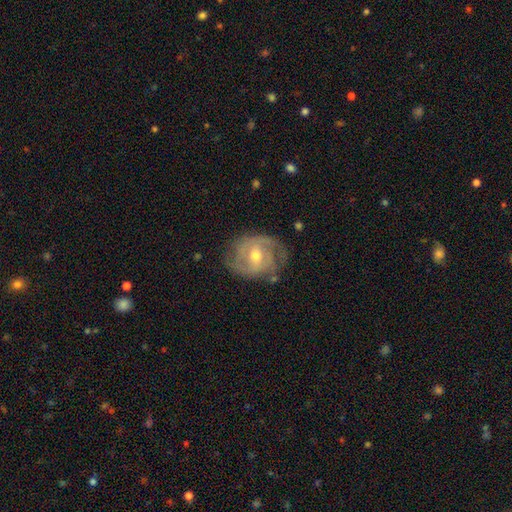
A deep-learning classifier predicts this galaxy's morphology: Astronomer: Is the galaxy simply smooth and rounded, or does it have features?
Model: featured or disk — 82%.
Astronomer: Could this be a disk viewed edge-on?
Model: no — 97%.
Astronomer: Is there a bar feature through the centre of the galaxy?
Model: weak — 47% (runner-up: no, 37%).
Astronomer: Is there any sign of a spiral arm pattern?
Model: yes — 91%.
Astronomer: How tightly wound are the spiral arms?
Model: tight — 47% (runner-up: medium, 40%).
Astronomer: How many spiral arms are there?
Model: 2 — 52%.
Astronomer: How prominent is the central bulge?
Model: moderate — 66%.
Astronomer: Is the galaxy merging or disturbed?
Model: none — 68%.